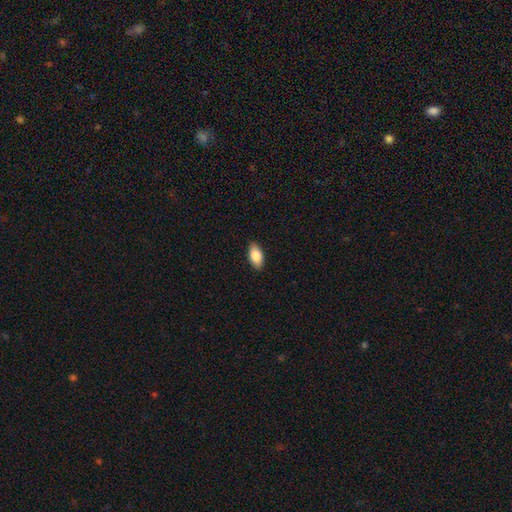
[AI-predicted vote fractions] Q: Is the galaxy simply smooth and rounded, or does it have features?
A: smooth — 82%.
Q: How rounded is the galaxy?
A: in between — 91%.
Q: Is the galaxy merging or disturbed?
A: none — 89%.